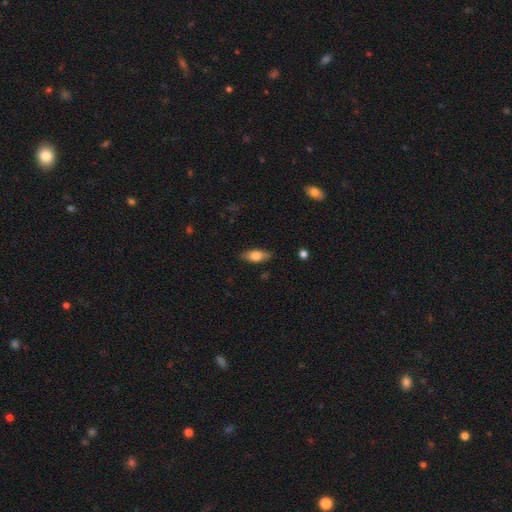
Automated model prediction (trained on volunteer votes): Smooth or featured?
  - smooth: 66% *
  - featured or disk: 27%
  - star or artifact: 7%
How rounded?
  - in between: 74% *
  - cigar-shaped: 22%
  - round: 4%
Merging?
  - none: 85% *
  - minor disturbance: 12%
  - major disturbance: 2%
  - merger: 1%